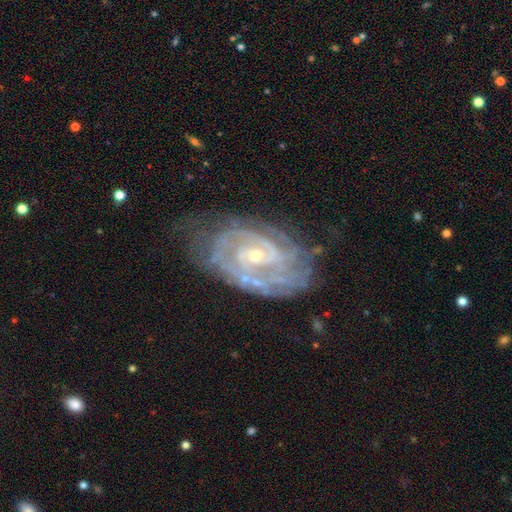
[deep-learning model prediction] This appears to be a featured or disk galaxy (88%) with no bar (58%), tight (75%) spiral arms (95%) and a small central bulge (69%). Merging: none (64%).